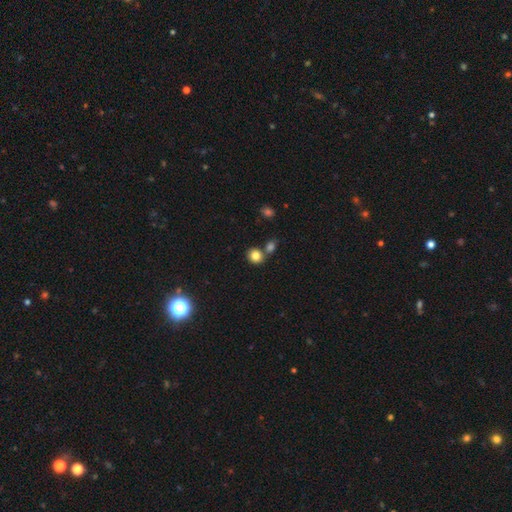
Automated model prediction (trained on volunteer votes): Morphology: type=smooth (82%); roundness=round (76%); merging=none (65%).